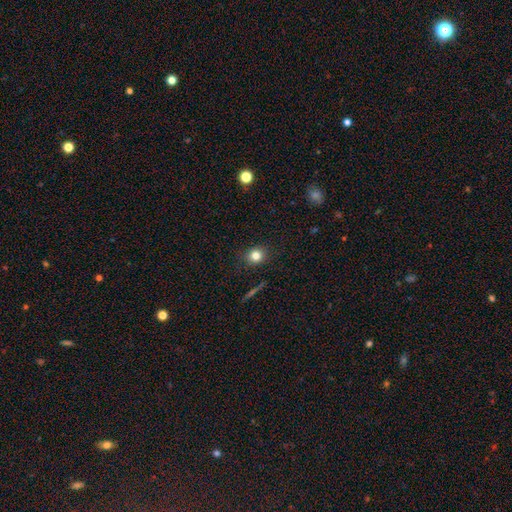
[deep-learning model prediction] This is likely a smooth galaxy (79%). How rounded: clearly round (81%). Merging: clearly none (89%).